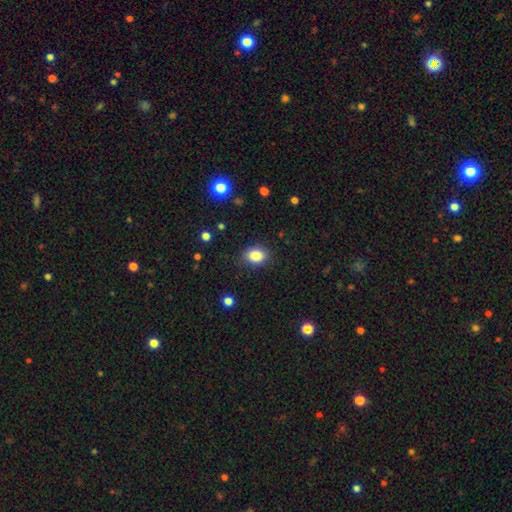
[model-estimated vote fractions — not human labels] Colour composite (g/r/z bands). It shows a smooth galaxy with no disk features (86%) that is in between round and cigar-shaped (66%). Merging: none (84%).